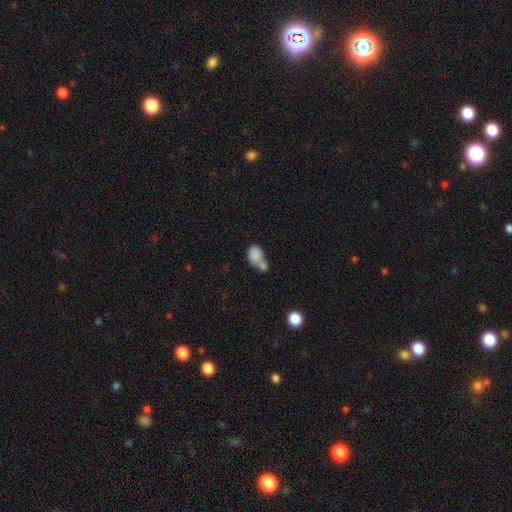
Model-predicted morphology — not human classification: smooth-or-featured: smooth: 81% | featured or disk: 10% | star or artifact: 8%
  how-rounded: in between: 74% | round: 25% | cigar-shaped: 2%
  merging: merger: 62% | none: 22% | minor disturbance: 10% | major disturbance: 6%